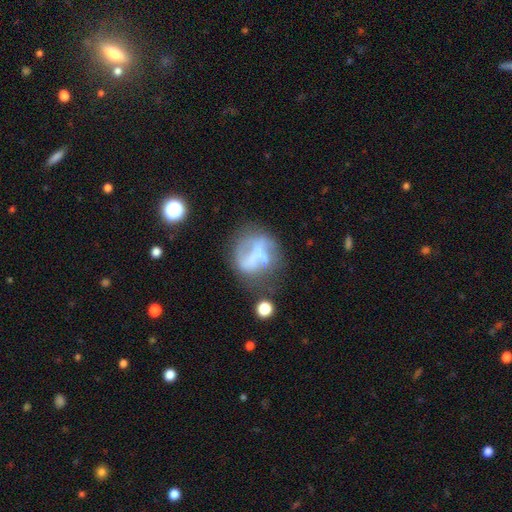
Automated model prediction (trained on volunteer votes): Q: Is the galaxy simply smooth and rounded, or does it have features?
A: featured or disk — 58%.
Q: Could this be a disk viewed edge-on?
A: no — 96%.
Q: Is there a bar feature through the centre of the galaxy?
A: no — 47%.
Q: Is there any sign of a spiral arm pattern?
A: no — 59%.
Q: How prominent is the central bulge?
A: none — 67%.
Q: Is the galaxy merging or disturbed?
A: none — 46%.